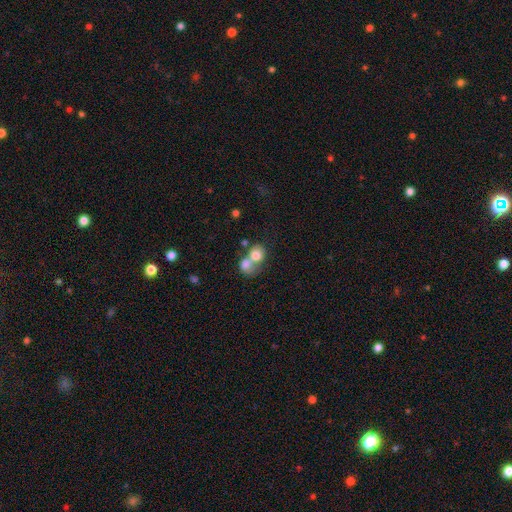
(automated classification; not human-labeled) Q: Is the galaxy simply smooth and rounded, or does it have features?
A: smooth — 76%.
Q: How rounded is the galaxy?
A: round — 68%.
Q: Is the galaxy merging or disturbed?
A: merger — 67%.